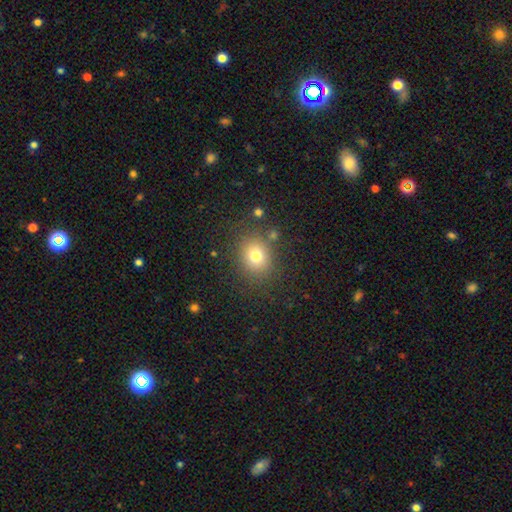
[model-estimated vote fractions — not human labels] A smooth galaxy with no disk features (75%) that is round (70%). Merging: none (82%).